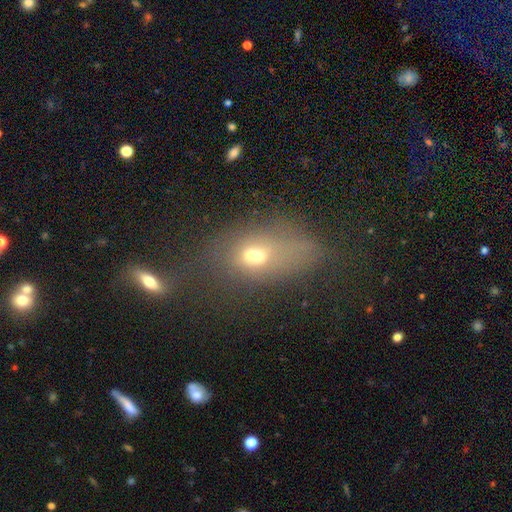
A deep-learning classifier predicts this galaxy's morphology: smooth_or_featured: smooth (p=0.52) [alt: featured or disk p=0.28]
how_rounded: in between (p=0.69) [alt: round p=0.26]
merging: merger (p=0.51) [alt: none p=0.22]